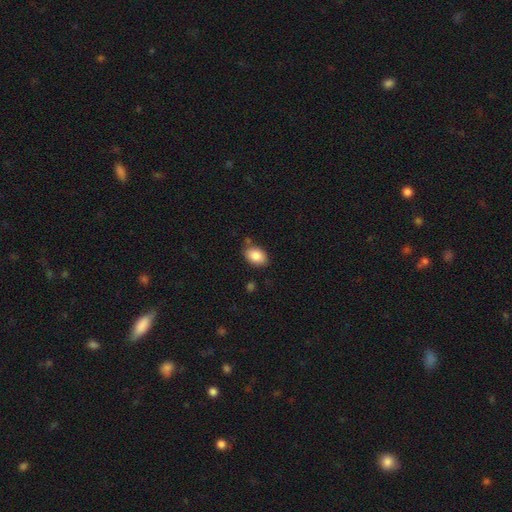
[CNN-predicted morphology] Q: Smooth or featured?
A: smooth (86%); runner-up: star or artifact (7%)
Q: How rounded?
A: in between (87%); runner-up: round (12%)
Q: Merging?
A: none (78%); runner-up: minor disturbance (14%)